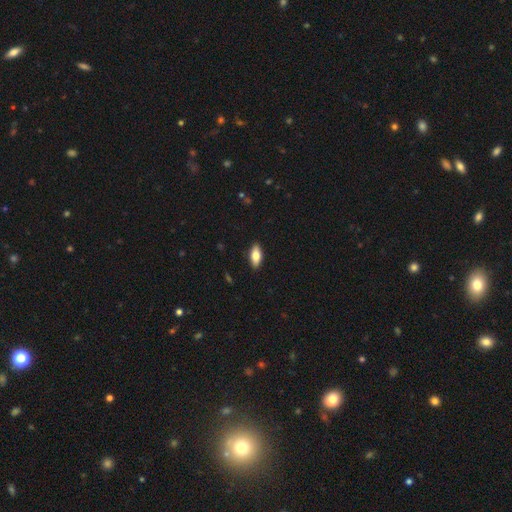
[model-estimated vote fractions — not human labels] smooth-or-featured: smooth: 75% | featured or disk: 18% | star or artifact: 6%
  how-rounded: in between: 83% | cigar-shaped: 14% | round: 3%
  merging: none: 89% | minor disturbance: 8% | major disturbance: 2% | merger: 1%